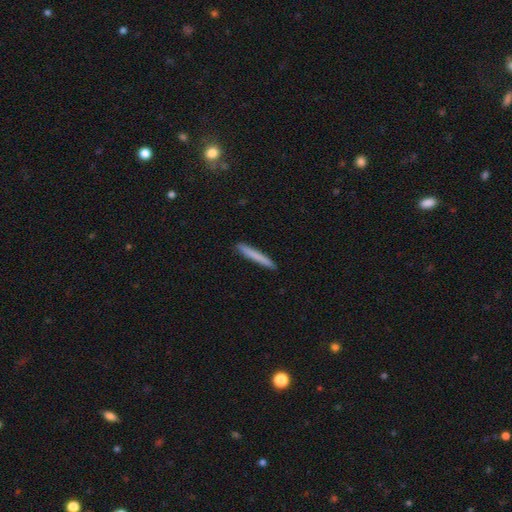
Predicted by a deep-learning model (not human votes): smooth-or-featured: smooth: 77% | featured or disk: 17% | star or artifact: 6%
  how-rounded: cigar-shaped: 97% | in between: 2% | round: 1%
  merging: none: 92% | minor disturbance: 6% | major disturbance: 1% | merger: 1%